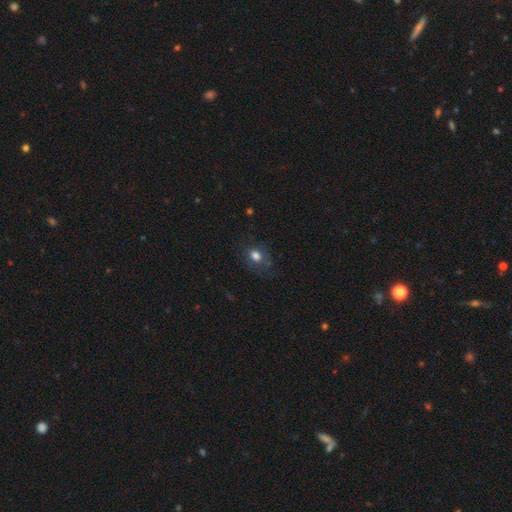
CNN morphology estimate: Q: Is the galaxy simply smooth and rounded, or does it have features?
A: smooth — 72%.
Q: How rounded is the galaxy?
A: round — 53%.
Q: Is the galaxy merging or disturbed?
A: none — 65%.